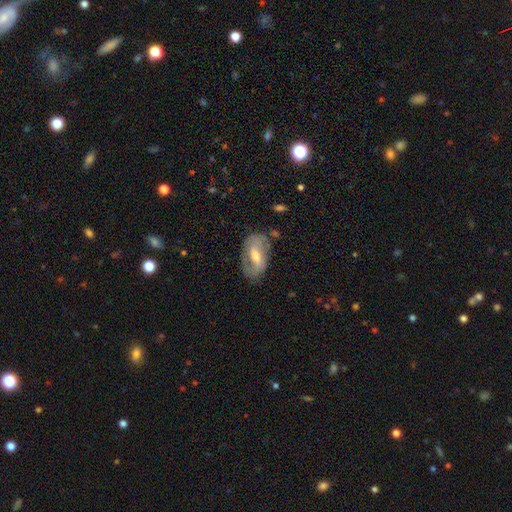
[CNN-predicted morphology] Smooth or featured?
  - featured or disk: 68% *
  - smooth: 26%
  - star or artifact: 7%
Edge-on disk?
  - no: 93% *
  - yes: 7%
Bar?
  - weak: 44% *
  - strong: 36%
  - no: 20%
Spiral arms?
  - yes: 73% *
  - no: 27%
Bulge size?
  - moderate: 63% *
  - small: 28%
  - large: 6%
  - none: 2%
  - dominant: 1%
Merging?
  - none: 67% *
  - minor disturbance: 21%
  - major disturbance: 9%
  - merger: 3%